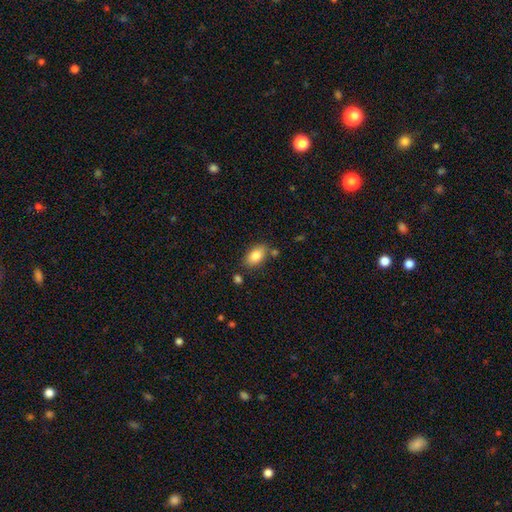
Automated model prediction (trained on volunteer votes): Smooth or featured: smooth — 84% (featured or disk — 8%)
How rounded: in between — 91% (round — 7%)
Merging: none — 76% (minor disturbance — 13%)